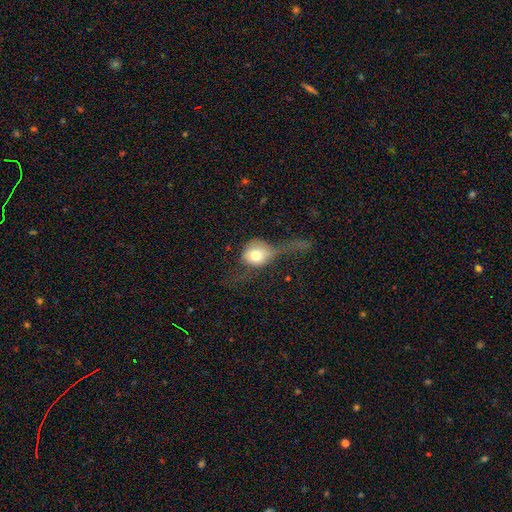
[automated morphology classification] smooth_or_featured: smooth (p=0.64) [alt: featured or disk p=0.27]
how_rounded: round (p=0.67) [alt: in between p=0.30]
merging: major disturbance (p=0.51) [alt: none p=0.22]